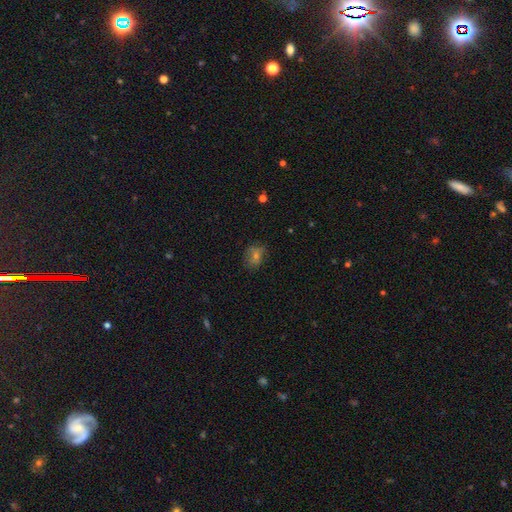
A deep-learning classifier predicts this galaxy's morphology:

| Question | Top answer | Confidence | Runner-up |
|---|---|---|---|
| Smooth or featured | smooth | 55% | star or artifact (24%) |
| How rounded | round | 53% | in between (45%) |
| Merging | none | 73% | minor disturbance (18%) |